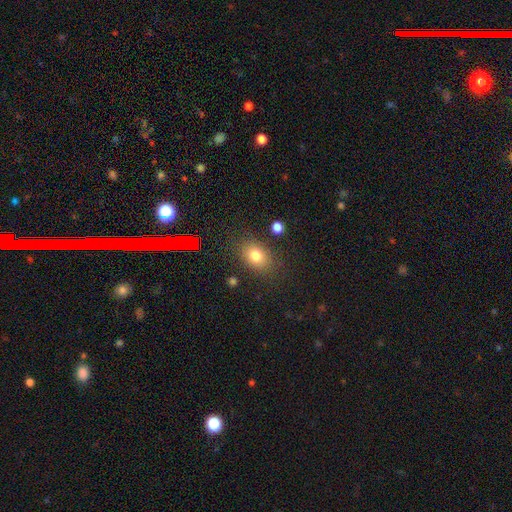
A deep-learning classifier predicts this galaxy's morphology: Q: Smooth or featured?
A: smooth (78%); runner-up: star or artifact (13%)
Q: How rounded?
A: in between (64%); runner-up: round (34%)
Q: Merging?
A: none (82%); runner-up: minor disturbance (12%)